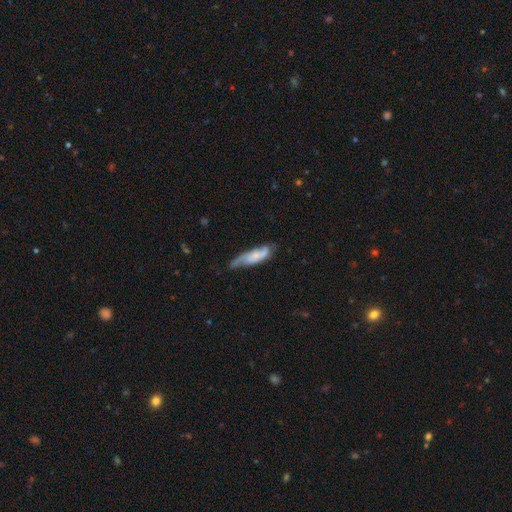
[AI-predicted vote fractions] This appears to be a featured or disk galaxy (49%). Merging: none (47%).